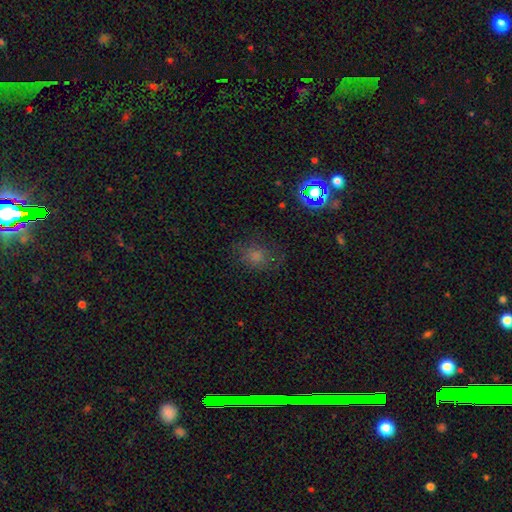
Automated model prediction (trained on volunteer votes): Smooth or featured? smooth (54%)
How rounded? round (59%)
Merging? none (74%)